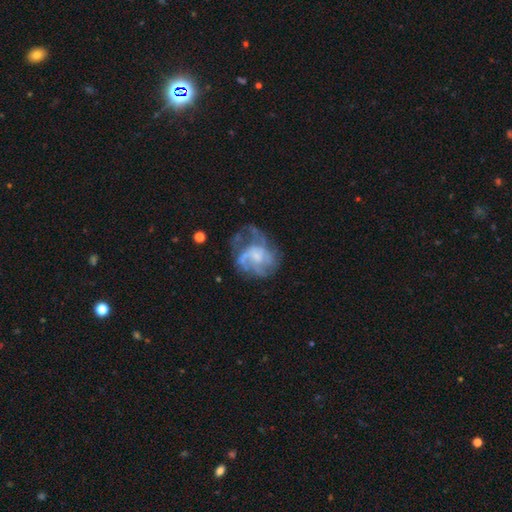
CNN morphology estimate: Smooth or featured?
  - featured or disk: 72% *
  - smooth: 19%
  - star or artifact: 9%
Edge-on disk?
  - no: 98% *
  - yes: 2%
Bar?
  - no: 70% *
  - weak: 26%
  - strong: 4%
Spiral arms?
  - yes: 72% *
  - no: 28%
Spiral winding?
  - medium: 42% *
  - tight: 29%
  - loose: 29%
Spiral arm count?
  - can't tell: 40% *
  - 3: 22%
  - 2: 16%
  - 4: 11%
  - 1: 7%
  - more than 4: 5%
Bulge size?
  - moderate: 31% *
  - small: 30%
  - none: 29%
  - large: 9%
  - dominant: 2%
Merging?
  - none: 41% *
  - major disturbance: 35%
  - minor disturbance: 21%
  - merger: 4%